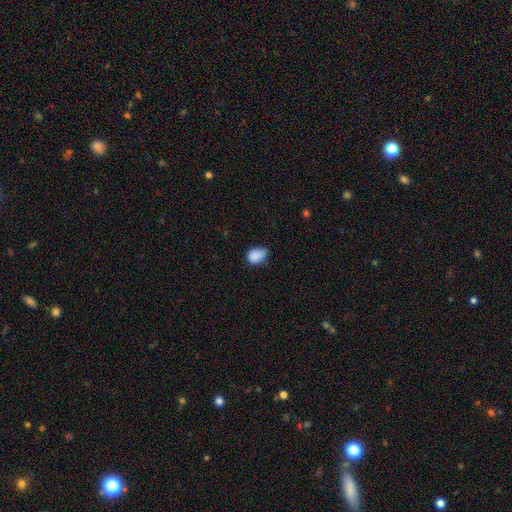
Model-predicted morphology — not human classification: Smooth or featured?
  - smooth: 86% *
  - star or artifact: 9%
  - featured or disk: 5%
How rounded?
  - in between: 75% *
  - round: 24%
  - cigar-shaped: 1%
Merging?
  - none: 46% *
  - minor disturbance: 43%
  - major disturbance: 9%
  - merger: 2%